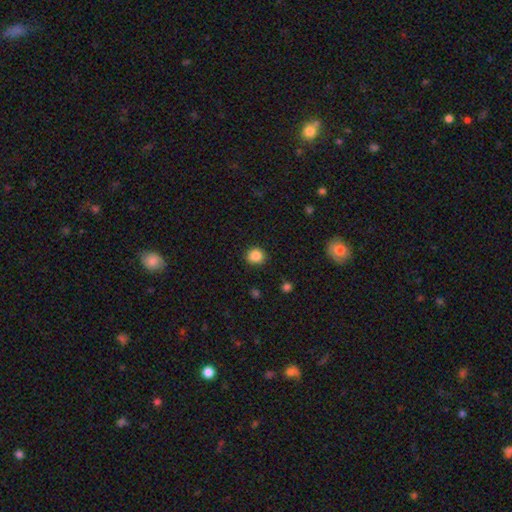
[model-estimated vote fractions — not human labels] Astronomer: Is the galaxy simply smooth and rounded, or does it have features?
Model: smooth — 86%.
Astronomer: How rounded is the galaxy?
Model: round — 85%.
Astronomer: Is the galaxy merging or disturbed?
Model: none — 88%.